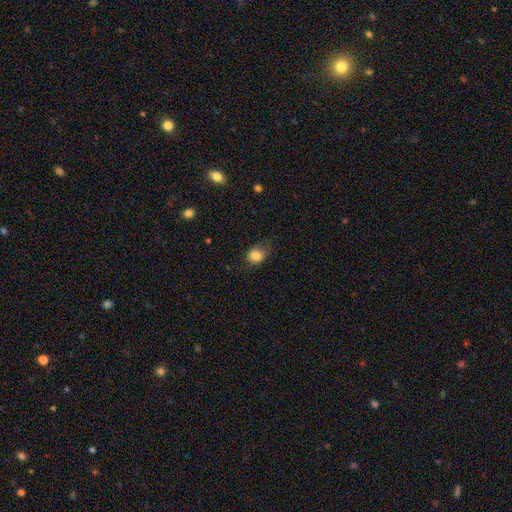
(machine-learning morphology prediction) smooth 81%, featured or disk 10%, star or artifact 9%. Down the decision tree: how rounded — in between (50%); merging — none (59%).